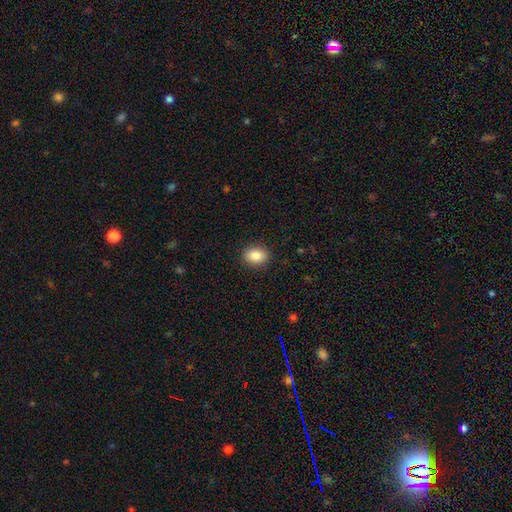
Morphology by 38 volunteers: Smooth or featured? smooth (82%)
How rounded? in between (74%)
Merging? none (89%)